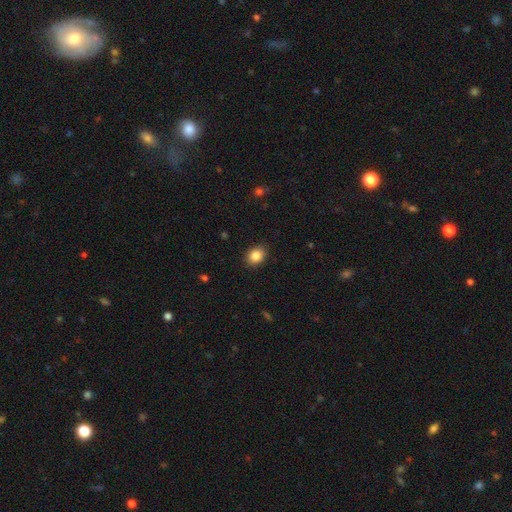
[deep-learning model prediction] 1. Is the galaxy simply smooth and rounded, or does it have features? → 86% smooth, 9% star or artifact, 5% featured or disk.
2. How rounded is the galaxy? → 61% in between, 38% round, 1% cigar-shaped.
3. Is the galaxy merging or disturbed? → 88% none, 9% minor disturbance, 2% major disturbance, 1% merger.